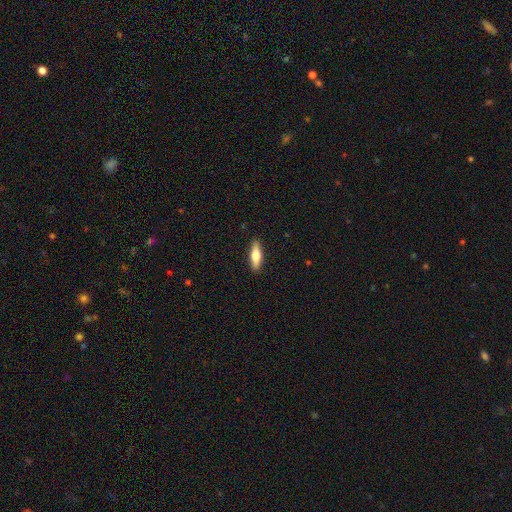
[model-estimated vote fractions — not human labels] smooth_or_featured: smooth (p=0.62) [alt: featured or disk p=0.33]
how_rounded: cigar-shaped (p=0.53) [alt: in between p=0.45]
merging: none (p=0.90) [alt: minor disturbance p=0.08]